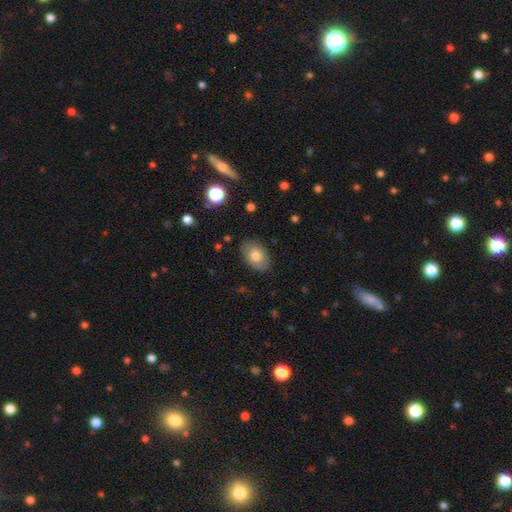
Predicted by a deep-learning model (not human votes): Smooth or featured: smooth — 77% (featured or disk — 15%)
How rounded: in between — 84% (round — 15%)
Merging: none — 83% (minor disturbance — 13%)